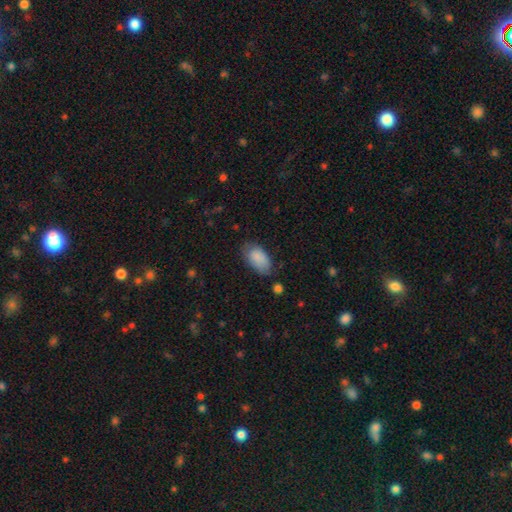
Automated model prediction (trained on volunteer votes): Morphology: type=smooth (87%); roundness=in between (94%); merging=none (69%).